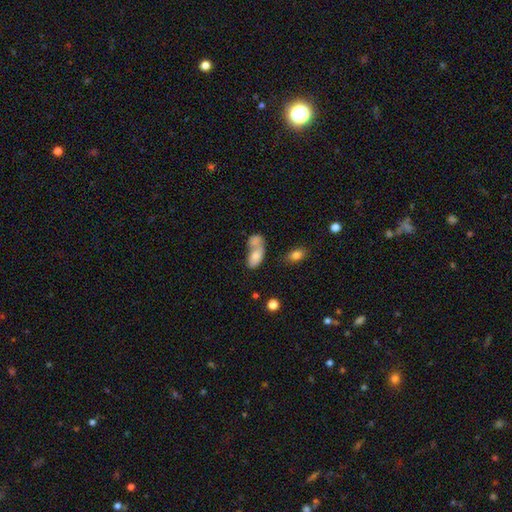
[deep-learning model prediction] smooth-or-featured: smooth: 76% | featured or disk: 17% | star or artifact: 8%
  how-rounded: in between: 90% | round: 6% | cigar-shaped: 4%
  merging: merger: 62% | none: 21% | minor disturbance: 10% | major disturbance: 7%